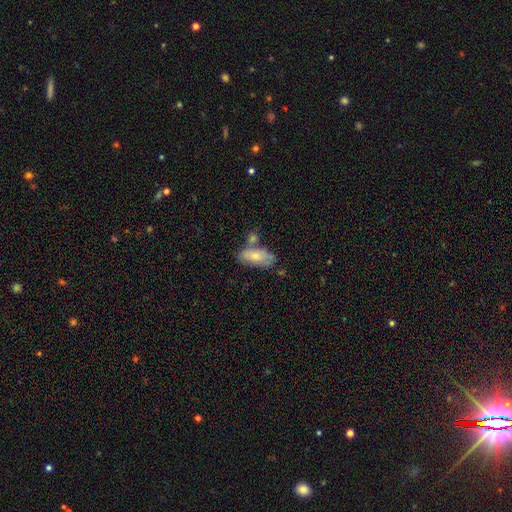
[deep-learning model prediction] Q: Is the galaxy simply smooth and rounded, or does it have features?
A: smooth — 71%.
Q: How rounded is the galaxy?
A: in between — 86%.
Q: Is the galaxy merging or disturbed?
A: none — 52%.